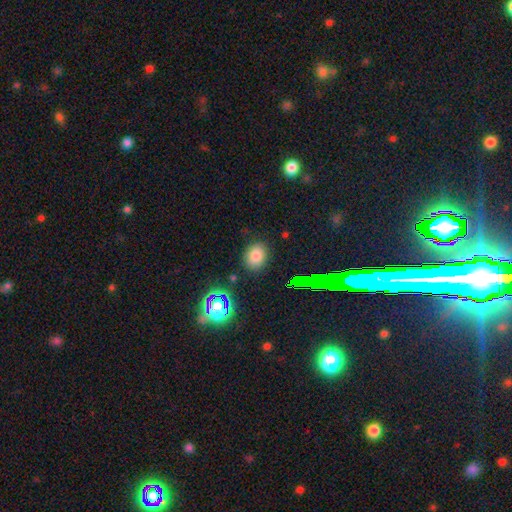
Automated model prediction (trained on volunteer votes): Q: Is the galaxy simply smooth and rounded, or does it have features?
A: smooth — 76%.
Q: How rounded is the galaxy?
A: in between — 55%.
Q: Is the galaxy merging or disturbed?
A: none — 84%.